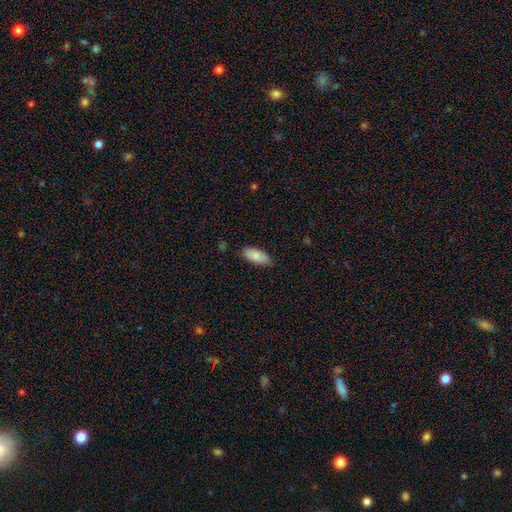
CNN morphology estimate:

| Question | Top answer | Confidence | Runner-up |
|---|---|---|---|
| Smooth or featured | smooth | 84% | featured or disk (10%) |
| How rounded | in between | 87% | cigar-shaped (11%) |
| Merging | none | 81% | minor disturbance (16%) |